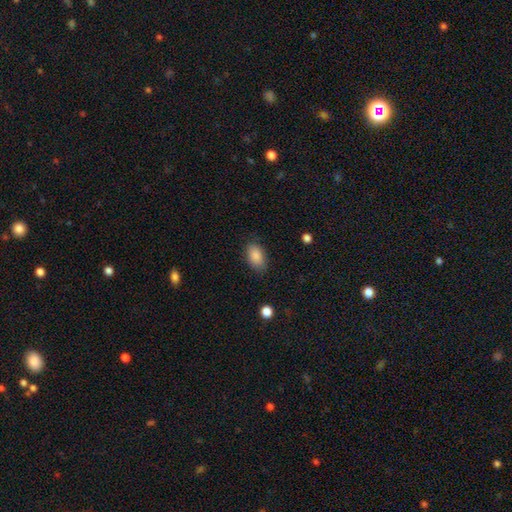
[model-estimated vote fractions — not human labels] A smooth galaxy with no disk features (88%) that is in between round and cigar-shaped (91%).

Vote fractions:
- Smooth or featured? smooth: 88% / star or artifact: 8% / featured or disk: 5%
- How rounded? in between: 91% / round: 7% / cigar-shaped: 2%
- Merging? none: 83% / minor disturbance: 13% / major disturbance: 3% / merger: 1%